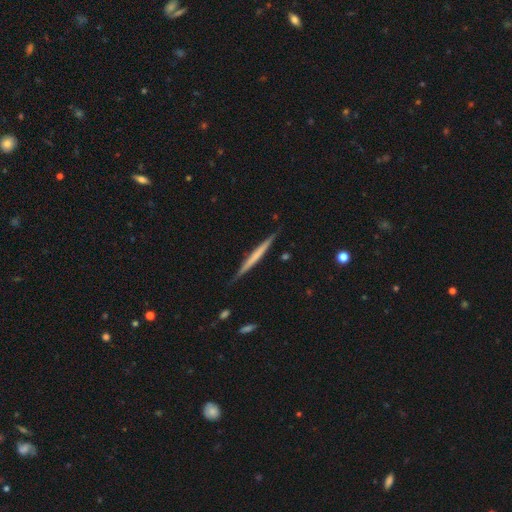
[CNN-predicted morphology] A featured or disk galaxy (52%) viewed edge-on (97%) with no central bulge (85%).

Vote fractions:
- Smooth or featured? featured or disk: 52% / smooth: 44% / star or artifact: 5%
- Edge-on disk? yes: 97% / no: 3%
- Edge-on bulge? none: 85% / rounded: 9% / boxy: 6%
- Merging? none: 88% / minor disturbance: 9% / major disturbance: 2% / merger: 1%